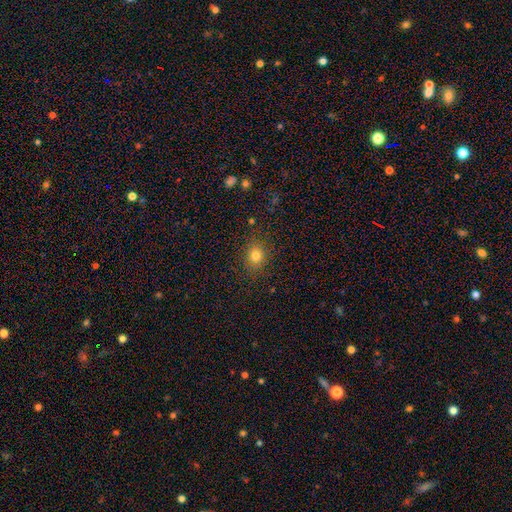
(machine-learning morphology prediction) This appears to be a smooth galaxy with no disk features (79%) that is round (59%). Merging: none (86%).